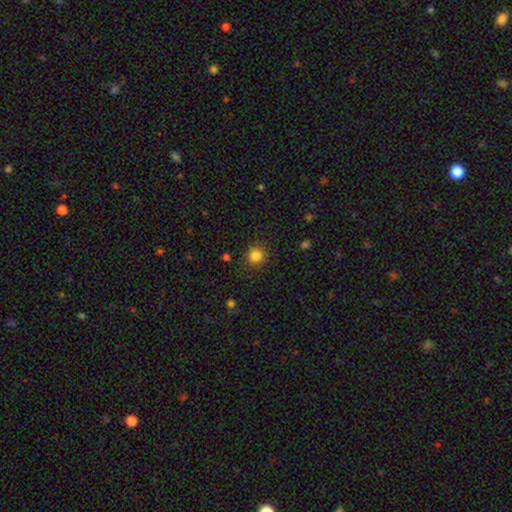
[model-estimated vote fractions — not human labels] Smooth or featured? Predicted: smooth (p=0.84). How rounded? Predicted: round (p=0.91). Merging? Predicted: none (p=0.88).